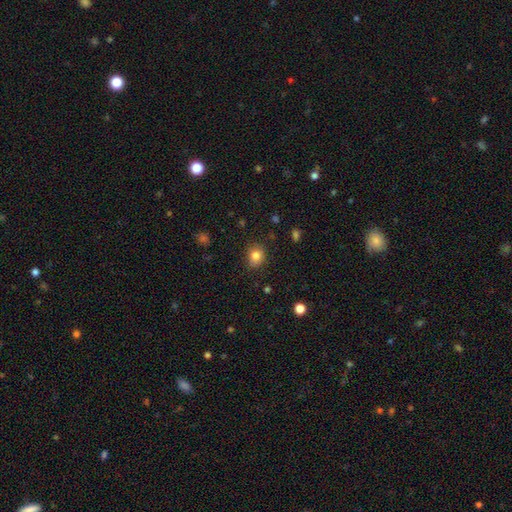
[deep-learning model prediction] A smooth galaxy with no disk features (83%) that is round (66%). Merging: none (83%).